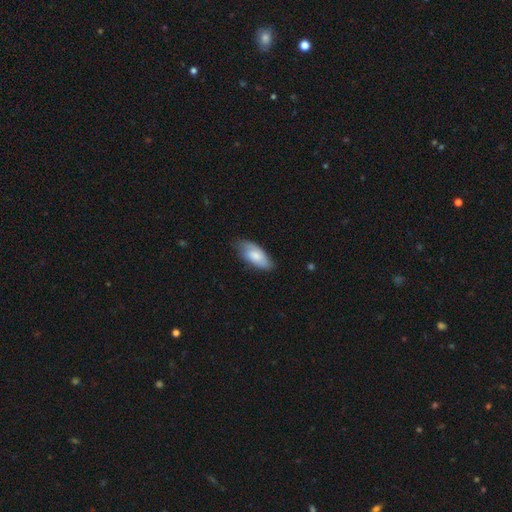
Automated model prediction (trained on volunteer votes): Smooth or featured? Predicted: smooth (p=0.73). How rounded? Predicted: in between (p=0.88). Merging? Predicted: none (p=0.70).